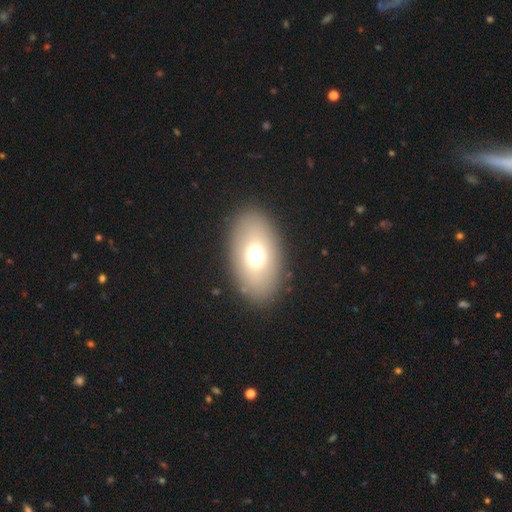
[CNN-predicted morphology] Smooth or featured? smooth (66%)
How rounded? in between (85%)
Merging? none (87%)